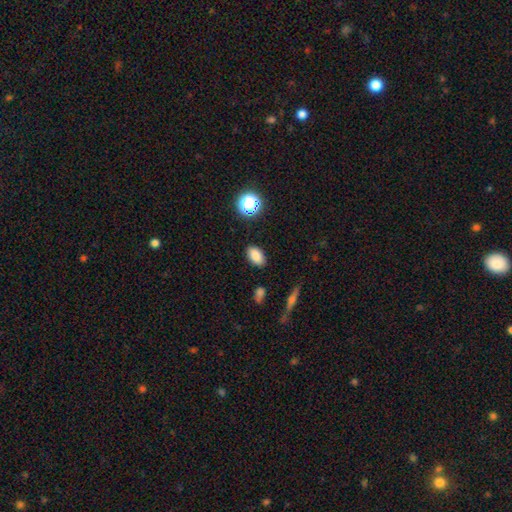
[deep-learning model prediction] A smooth galaxy with no disk features (82%) that is in between round and cigar-shaped (88%). Merging: none (87%).